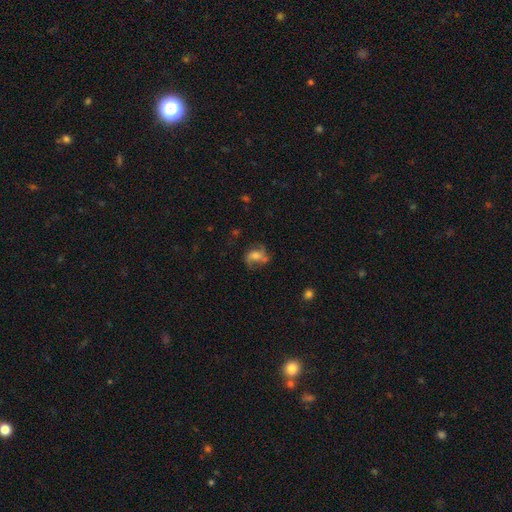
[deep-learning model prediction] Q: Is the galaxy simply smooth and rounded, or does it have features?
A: featured or disk — 50%.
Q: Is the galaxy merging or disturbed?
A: none — 49%.